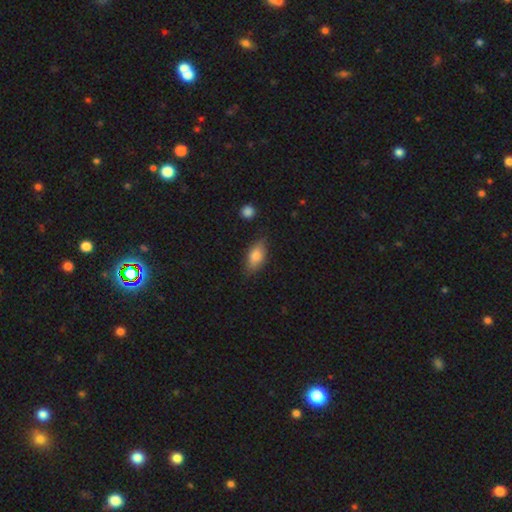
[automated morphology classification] Q: Smooth or featured?
A: smooth (78%); runner-up: featured or disk (15%)
Q: How rounded?
A: in between (86%); runner-up: cigar-shaped (10%)
Q: Merging?
A: none (78%); runner-up: minor disturbance (17%)